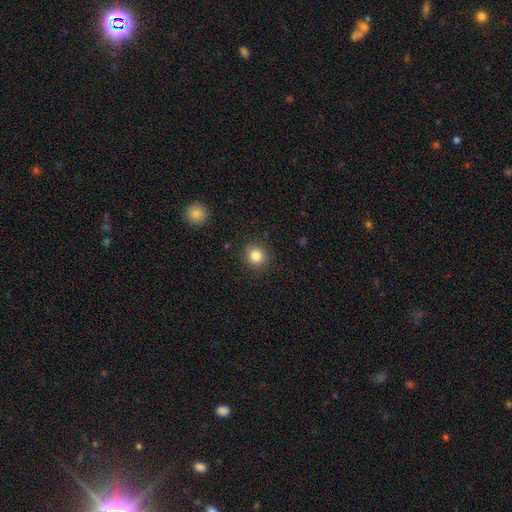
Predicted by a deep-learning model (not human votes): smooth-or-featured: smooth: 83% | star or artifact: 11% | featured or disk: 6%
  how-rounded: round: 90% | in between: 10% | cigar-shaped: 1%
  merging: none: 90% | minor disturbance: 7% | major disturbance: 2% | merger: 1%